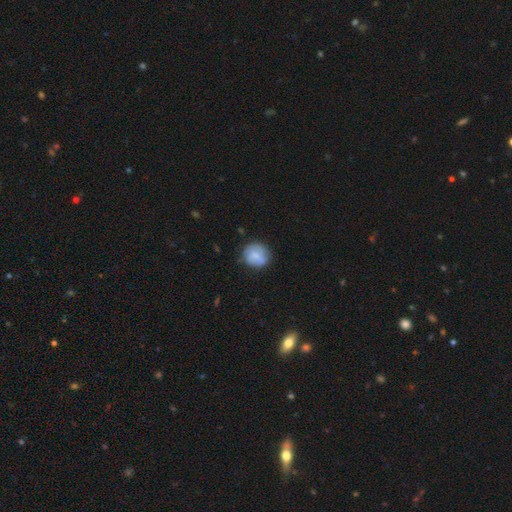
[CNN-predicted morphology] smooth_or_featured: smooth (p=0.60) [alt: featured or disk p=0.33]
how_rounded: round (p=0.85) [alt: in between p=0.14]
merging: none (p=0.69) [alt: minor disturbance p=0.22]